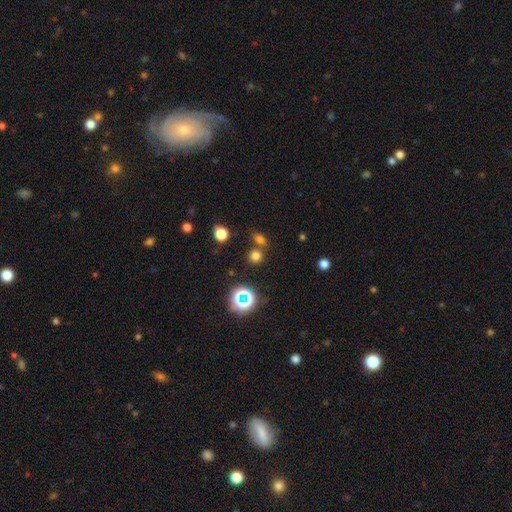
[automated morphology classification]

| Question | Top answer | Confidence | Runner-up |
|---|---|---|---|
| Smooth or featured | smooth | 68% | star or artifact (26%) |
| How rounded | round | 84% | in between (15%) |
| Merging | none | 66% | merger (23%) |